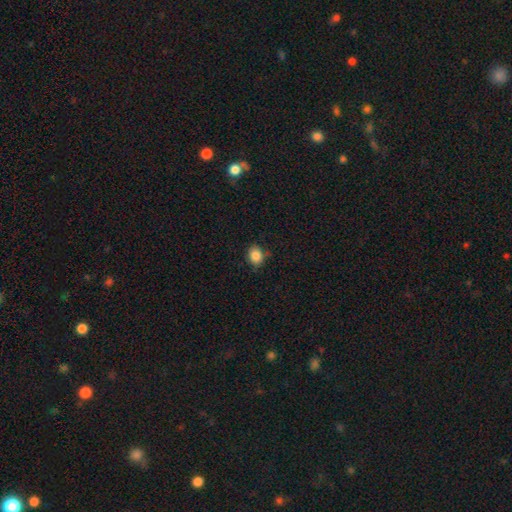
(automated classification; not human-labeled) Smooth or featured?
  - smooth: 85% *
  - star or artifact: 10%
  - featured or disk: 5%
How rounded?
  - round: 51% *
  - in between: 48%
  - cigar-shaped: 1%
Merging?
  - none: 78% *
  - minor disturbance: 17%
  - major disturbance: 3%
  - merger: 2%